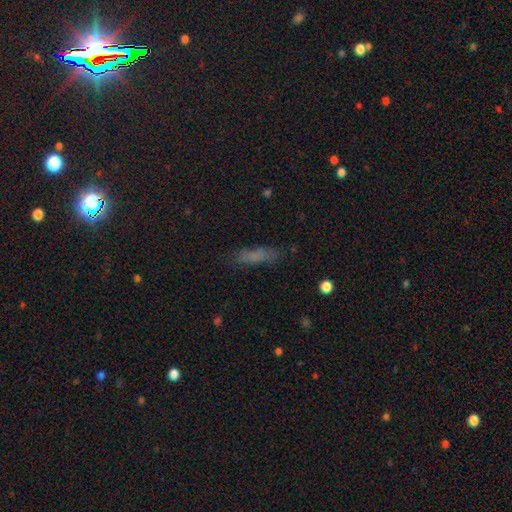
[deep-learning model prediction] Smooth or featured?
  - smooth: 70% *
  - featured or disk: 16%
  - star or artifact: 13%
How rounded?
  - cigar-shaped: 66% *
  - in between: 32%
  - round: 3%
Merging?
  - none: 74% *
  - minor disturbance: 18%
  - major disturbance: 6%
  - merger: 2%